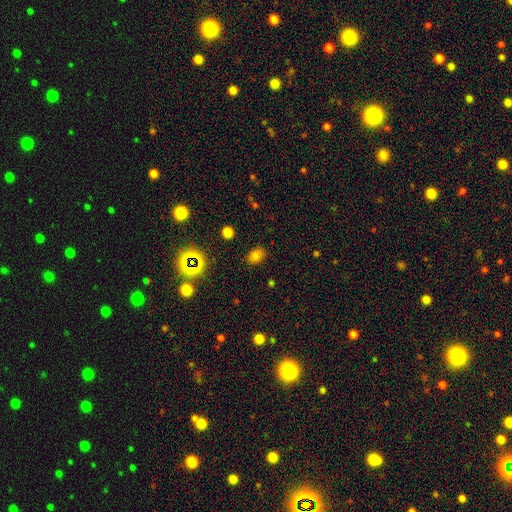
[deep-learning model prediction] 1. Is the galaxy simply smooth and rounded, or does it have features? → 74% smooth, 20% star or artifact, 6% featured or disk.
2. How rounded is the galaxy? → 71% in between, 27% round, 1% cigar-shaped.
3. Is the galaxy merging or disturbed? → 84% none, 11% minor disturbance, 3% major disturbance, 2% merger.